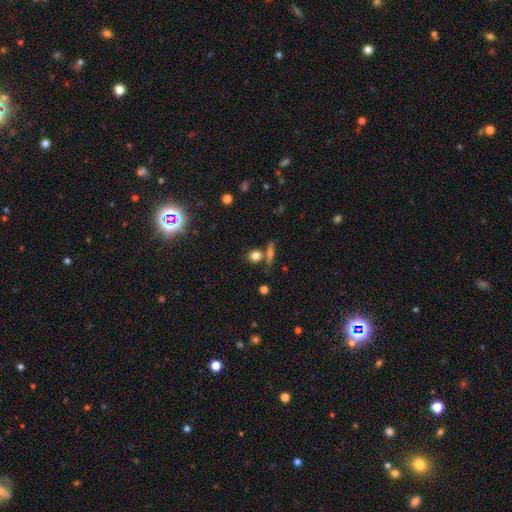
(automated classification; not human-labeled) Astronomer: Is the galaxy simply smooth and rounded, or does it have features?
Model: smooth — 75%.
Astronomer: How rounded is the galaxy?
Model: round — 72%.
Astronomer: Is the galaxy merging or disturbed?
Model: none — 67%.